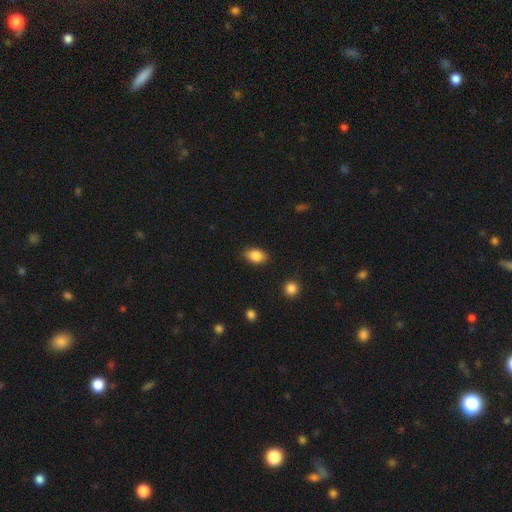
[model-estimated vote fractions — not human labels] Q: Smooth or featured?
A: smooth (86%); runner-up: star or artifact (8%)
Q: How rounded?
A: in between (84%); runner-up: round (15%)
Q: Merging?
A: none (84%); runner-up: minor disturbance (11%)